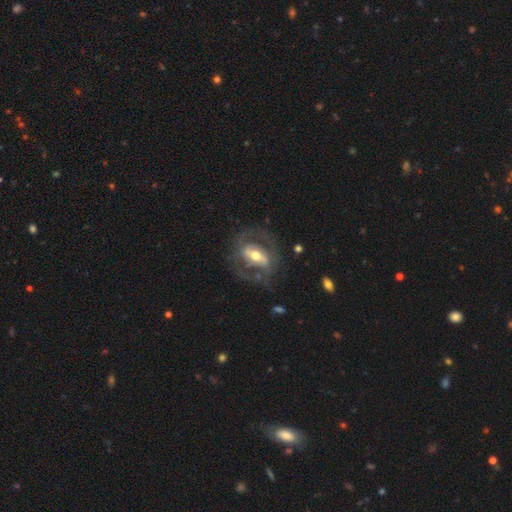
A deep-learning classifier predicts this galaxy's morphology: A featured or disk galaxy (78%) with a strong bar (53%), 2 (81%) medium (48%) spiral arms (70%) and a moderate central bulge (68%).

Vote fractions:
- Smooth or featured? featured or disk: 78% / smooth: 17% / star or artifact: 5%
- Edge-on disk? no: 93% / yes: 7%
- Bar? strong: 53% / weak: 29% / no: 18%
- Spiral arms? yes: 70% / no: 30%
- Spiral winding? medium: 48% / tight: 31% / loose: 21%
- Spiral arm count? 2: 81% / can't tell: 11% / 1: 4% / 3: 2% / 4: 1% / more than 4: 1%
- Bulge size? moderate: 68% / small: 18% / large: 11% / dominant: 1% / none: 1%
- Merging? none: 67% / minor disturbance: 16% / major disturbance: 15% / merger: 2%